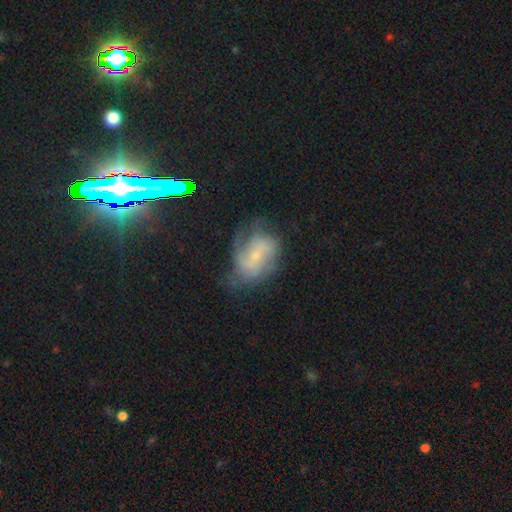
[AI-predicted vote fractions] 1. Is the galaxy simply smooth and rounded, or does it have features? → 63% featured or disk, 24% smooth, 12% star or artifact.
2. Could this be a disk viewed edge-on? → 96% no, 4% yes.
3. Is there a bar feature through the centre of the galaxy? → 54% no, 36% weak, 10% strong.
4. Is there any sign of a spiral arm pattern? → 83% yes, 17% no.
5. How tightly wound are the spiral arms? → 43% medium, 29% tight, 28% loose.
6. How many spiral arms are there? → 36% can't tell, 35% 2, 15% 3, 7% 1, 4% 4, 3% more than 4.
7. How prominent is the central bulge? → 68% small, 17% moderate, 12% none, 2% large, 1% dominant.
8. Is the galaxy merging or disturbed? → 48% none, 26% minor disturbance, 23% major disturbance, 2% merger.